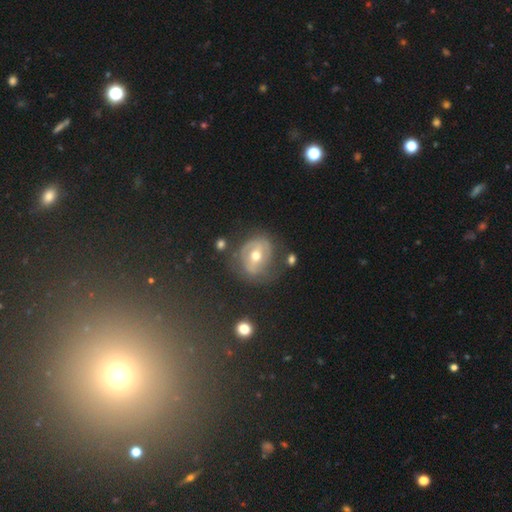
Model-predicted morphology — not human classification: This appears to be a featured or disk galaxy (70%) with a weak bar (40%), spiral arms (68%) and a moderate central bulge (73%). Merging: none (64%).